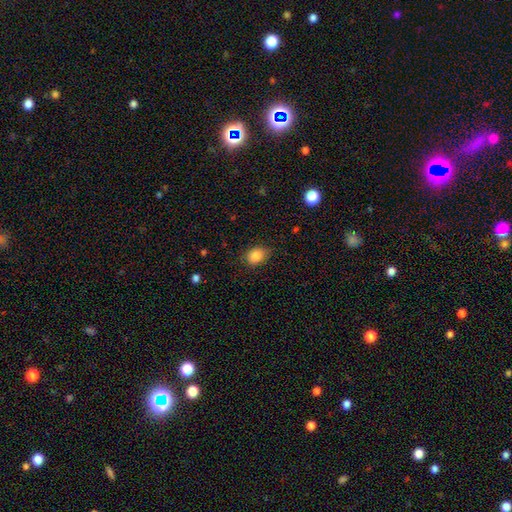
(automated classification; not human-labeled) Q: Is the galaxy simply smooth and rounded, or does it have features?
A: smooth — 87%.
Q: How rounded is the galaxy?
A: in between — 67%.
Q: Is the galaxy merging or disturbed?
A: none — 80%.